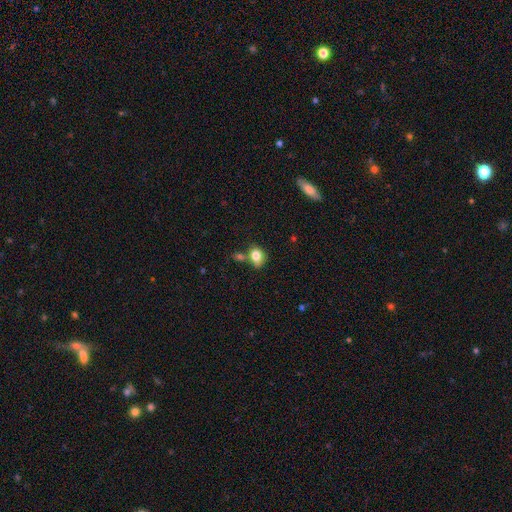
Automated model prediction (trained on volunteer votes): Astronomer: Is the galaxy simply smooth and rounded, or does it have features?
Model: smooth — 79%.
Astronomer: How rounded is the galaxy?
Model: in between — 58% (runner-up: round, 41%).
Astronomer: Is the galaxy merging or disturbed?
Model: none — 49% (runner-up: merger, 25%).